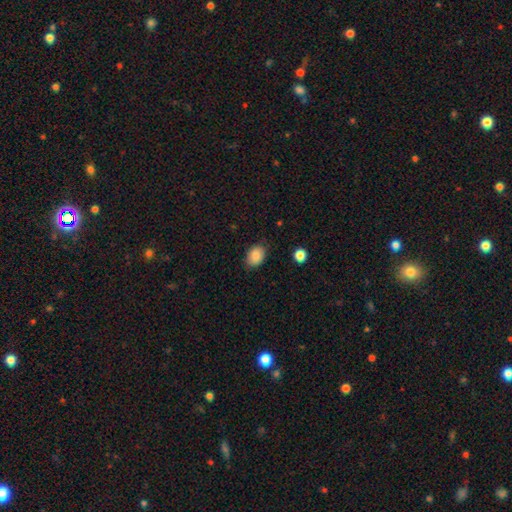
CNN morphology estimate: smooth_or_featured: smooth (p=0.86) [alt: star or artifact p=0.08]
how_rounded: in between (p=0.74) [alt: round p=0.25]
merging: none (p=0.83) [alt: minor disturbance p=0.13]